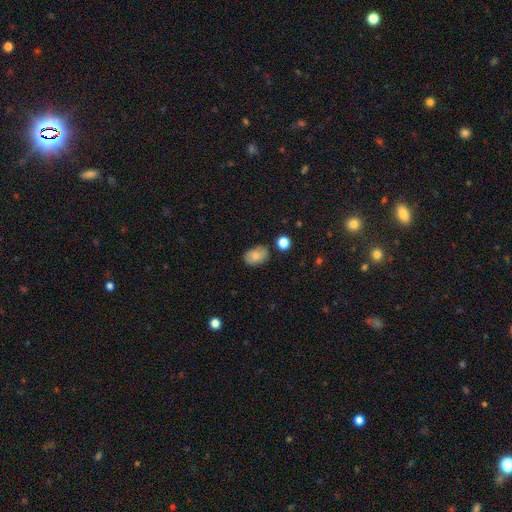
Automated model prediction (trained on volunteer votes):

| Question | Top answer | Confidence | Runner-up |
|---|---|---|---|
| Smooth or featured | smooth | 73% | featured or disk (18%) |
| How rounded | in between | 78% | round (21%) |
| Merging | none | 70% | minor disturbance (21%) |